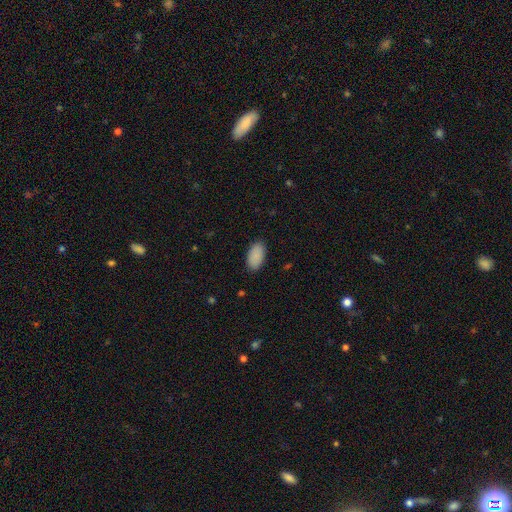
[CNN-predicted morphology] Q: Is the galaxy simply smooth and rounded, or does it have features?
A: smooth — 89%.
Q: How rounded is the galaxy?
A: in between — 95%.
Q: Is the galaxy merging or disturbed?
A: none — 88%.